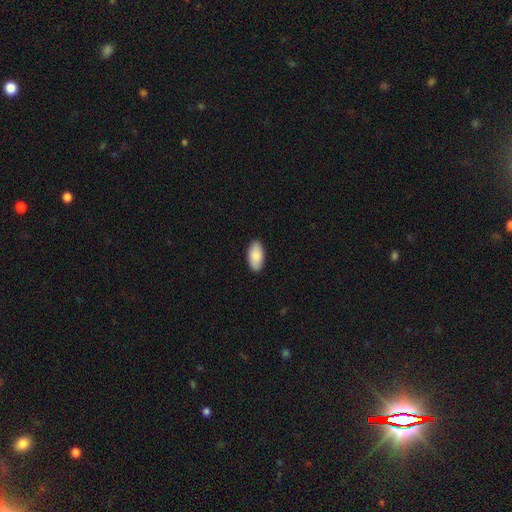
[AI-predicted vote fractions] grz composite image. It shows a smooth galaxy with no disk features (89%) that is in between round and cigar-shaped (95%). Merging: none (90%).